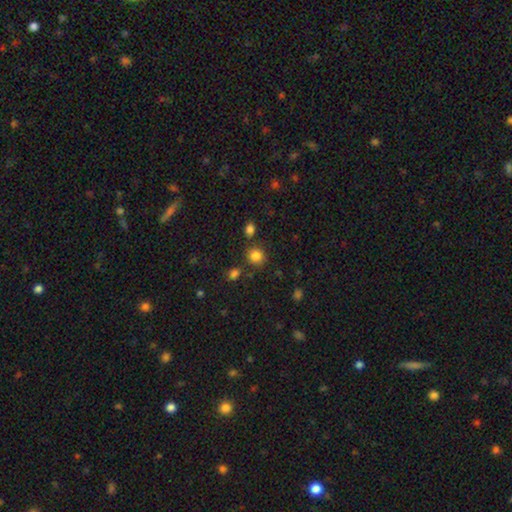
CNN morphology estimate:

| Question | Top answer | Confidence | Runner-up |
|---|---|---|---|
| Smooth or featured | smooth | 82% | star or artifact (13%) |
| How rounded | round | 83% | in between (16%) |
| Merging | none | 79% | minor disturbance (9%) |